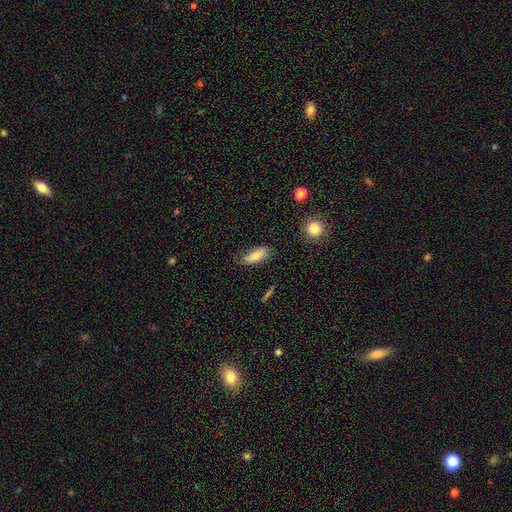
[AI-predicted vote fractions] Overall: smooth (76%). How rounded: in between (81%). Merging: none (72%).